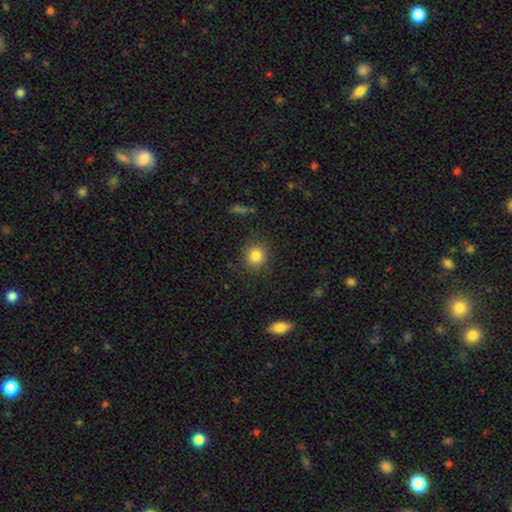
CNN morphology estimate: Smooth or featured: smooth — 83% (star or artifact — 11%)
How rounded: round — 89% (in between — 10%)
Merging: none — 89% (minor disturbance — 7%)